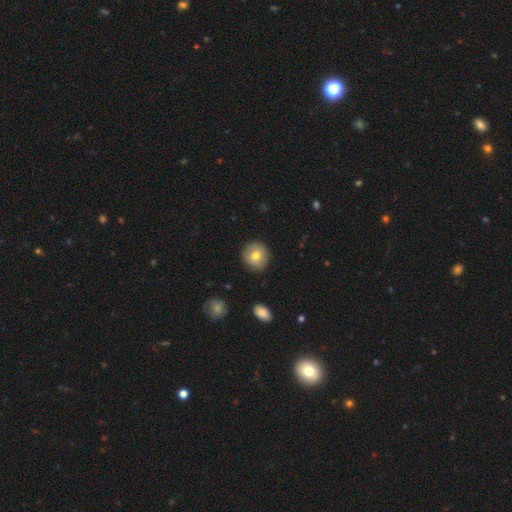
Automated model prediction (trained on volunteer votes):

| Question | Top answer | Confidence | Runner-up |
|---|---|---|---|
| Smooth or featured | smooth | 74% | featured or disk (18%) |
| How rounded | round | 89% | in between (10%) |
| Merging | none | 89% | minor disturbance (8%) |